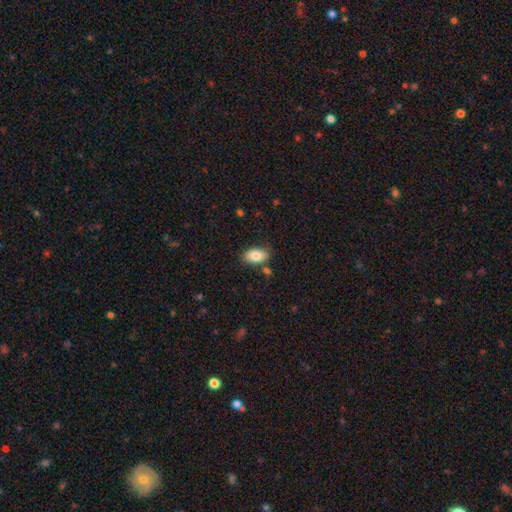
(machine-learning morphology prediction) smooth-or-featured: smooth: 82% | featured or disk: 10% | star or artifact: 7%
  how-rounded: in between: 92% | round: 7% | cigar-shaped: 2%
  merging: none: 78% | minor disturbance: 13% | merger: 6% | major disturbance: 3%